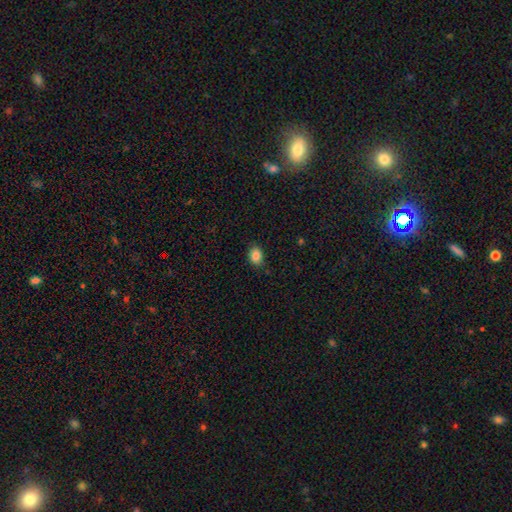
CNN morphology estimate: Smooth or featured? Predicted: smooth (p=0.86). How rounded? Predicted: in between (p=0.73). Merging? Predicted: none (p=0.85).